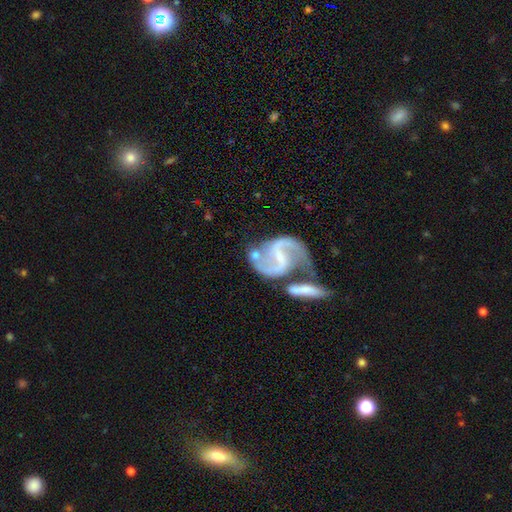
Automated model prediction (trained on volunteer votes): This appears to be a featured or disk galaxy (88%) with a weak bar (47%), 2 (93%) loose (53%) spiral arms (96%) and a small central bulge (67%). Merging: none (45%).